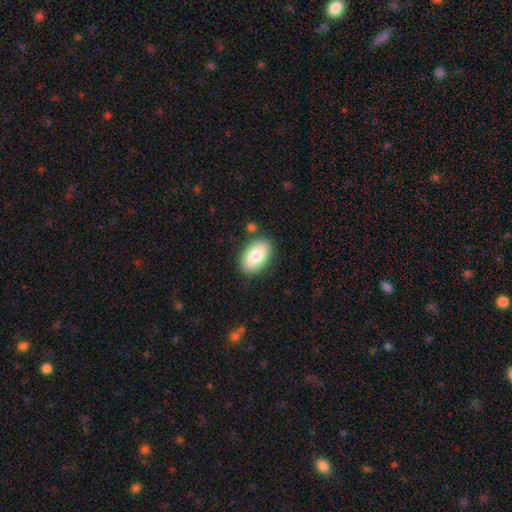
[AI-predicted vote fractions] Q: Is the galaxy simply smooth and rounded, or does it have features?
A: smooth — 81%.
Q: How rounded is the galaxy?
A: in between — 93%.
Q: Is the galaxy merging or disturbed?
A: none — 84%.